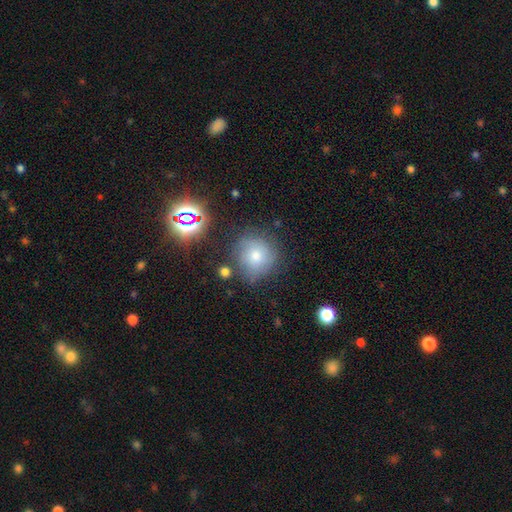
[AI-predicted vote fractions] A smooth galaxy with no disk features (61%) that is round (91%). Merging: none (72%).